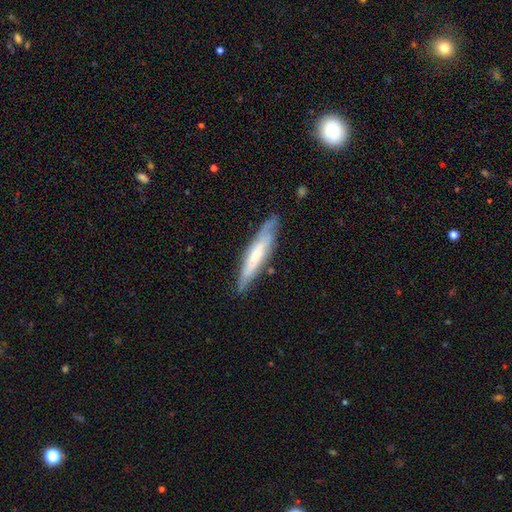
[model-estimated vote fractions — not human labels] This appears to be a featured or disk galaxy (49%). Merging: none (78%).